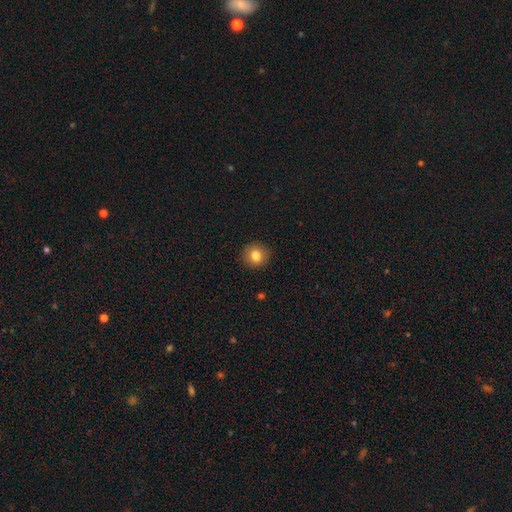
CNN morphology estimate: smooth_or_featured: smooth (p=0.80) [alt: star or artifact p=0.10]
how_rounded: round (p=0.88) [alt: in between p=0.11]
merging: none (p=0.91) [alt: minor disturbance p=0.06]